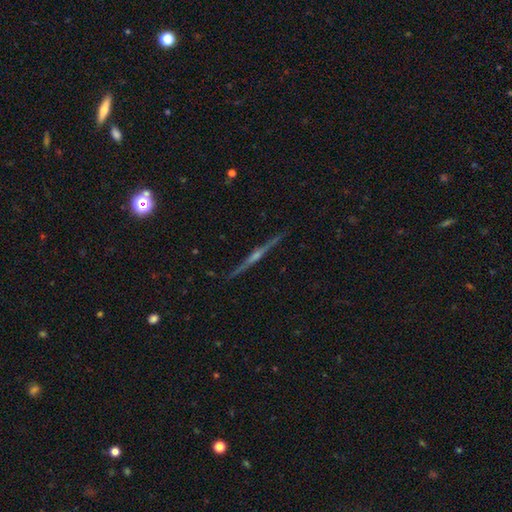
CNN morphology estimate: Smooth or featured? Predicted: featured or disk (p=0.84). Edge-on disk? Predicted: yes (p=0.98). Edge-on bulge? Predicted: rounded (p=0.75). Merging? Predicted: none (p=0.90).